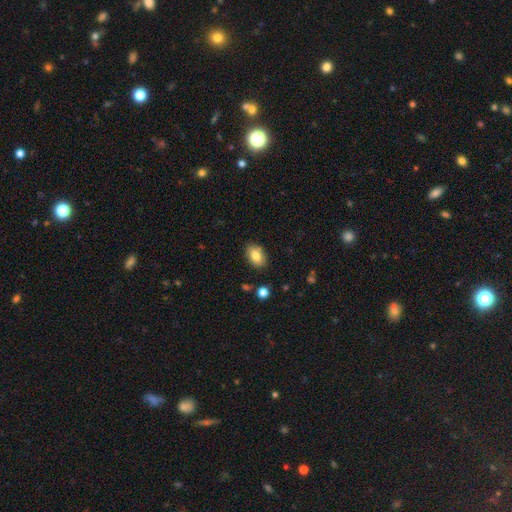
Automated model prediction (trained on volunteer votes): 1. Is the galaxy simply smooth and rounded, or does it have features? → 83% smooth, 10% featured or disk, 8% star or artifact.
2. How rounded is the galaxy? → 88% in between, 10% round, 2% cigar-shaped.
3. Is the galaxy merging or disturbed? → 85% none, 11% minor disturbance, 2% major disturbance, 2% merger.